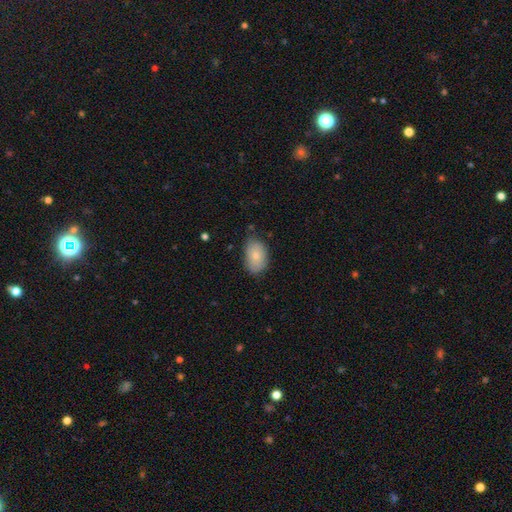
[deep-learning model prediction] This appears to be a smooth galaxy with no disk features (78%) that is in between round and cigar-shaped (88%). Merging: none (71%).